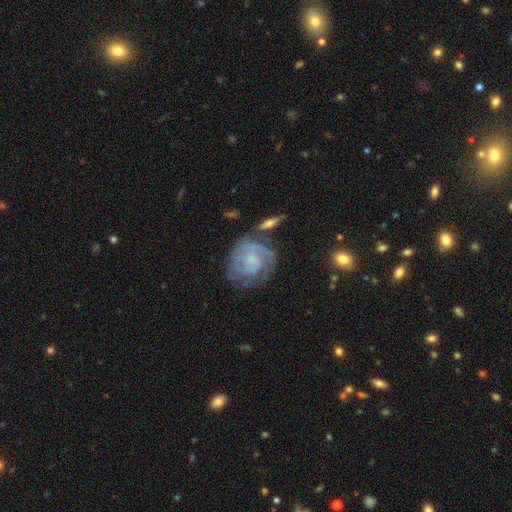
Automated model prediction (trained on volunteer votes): The model was most divided on "bar": no: 48%, weak: 42%, strong: 10%. Remaining: edge-on disk — no (97%); spiral arms — yes (94%); smooth or featured — featured or disk (75%); spiral winding — tight (68%); merging — none (68%); bulge size — small (62%); spiral arm count — 2 (38%).